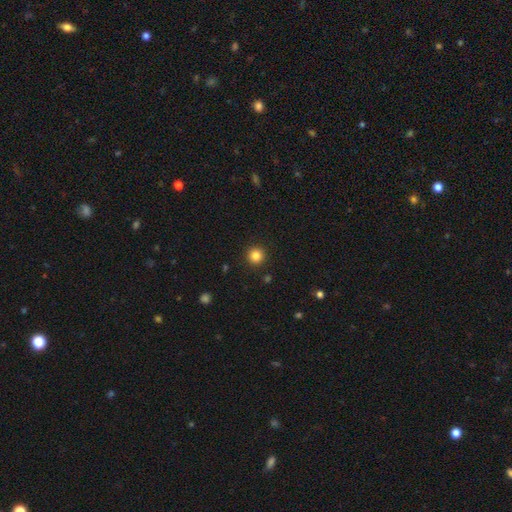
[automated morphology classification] smooth 84%, star or artifact 12%, featured or disk 4%. Down the decision tree: how rounded — round (95%); merging — none (92%).